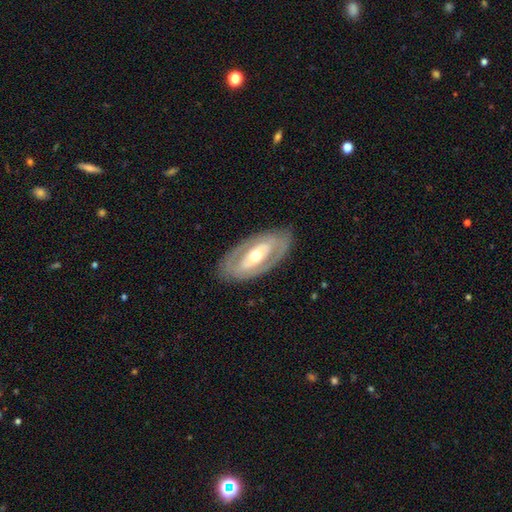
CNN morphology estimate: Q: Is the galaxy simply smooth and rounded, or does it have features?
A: featured or disk — 75%.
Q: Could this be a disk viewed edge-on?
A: no — 89%.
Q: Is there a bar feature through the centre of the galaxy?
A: no — 40%.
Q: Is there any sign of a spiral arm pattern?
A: no — 58%.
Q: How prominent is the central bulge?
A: moderate — 66%.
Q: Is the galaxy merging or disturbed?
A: none — 83%.